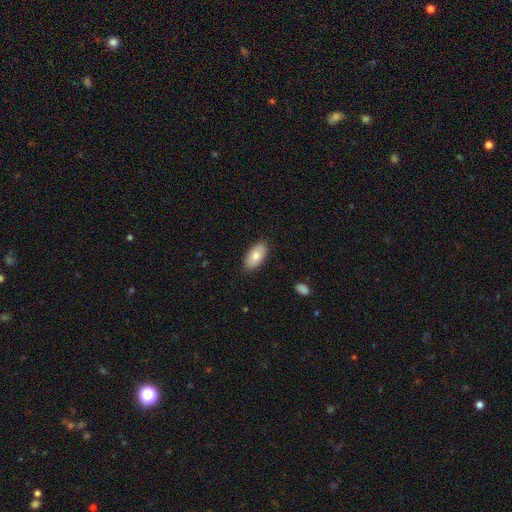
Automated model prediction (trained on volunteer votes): Q: Smooth or featured?
A: smooth (78%); runner-up: featured or disk (16%)
Q: How rounded?
A: in between (94%); runner-up: cigar-shaped (3%)
Q: Merging?
A: none (87%); runner-up: minor disturbance (10%)